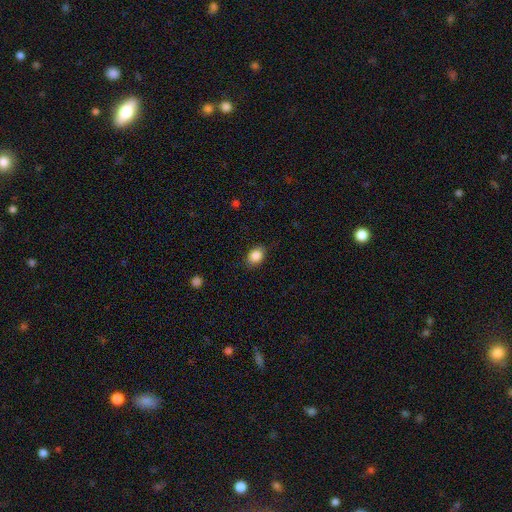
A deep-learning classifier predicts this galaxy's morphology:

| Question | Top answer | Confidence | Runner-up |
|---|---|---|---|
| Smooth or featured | smooth | 87% | star or artifact (9%) |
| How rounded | in between | 65% | round (34%) |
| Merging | none | 83% | minor disturbance (13%) |